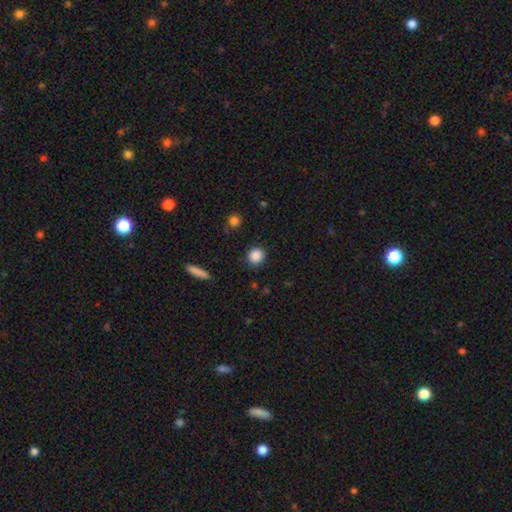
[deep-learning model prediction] A smooth galaxy with no disk features (87%) that is round (88%). Merging: none (89%).